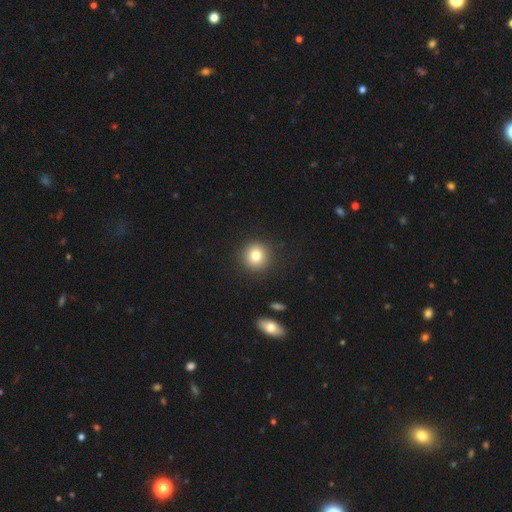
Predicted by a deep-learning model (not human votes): smooth_or_featured: smooth (p=0.79) [alt: star or artifact p=0.11]
how_rounded: round (p=0.93) [alt: in between p=0.06]
merging: none (p=0.91) [alt: minor disturbance p=0.06]